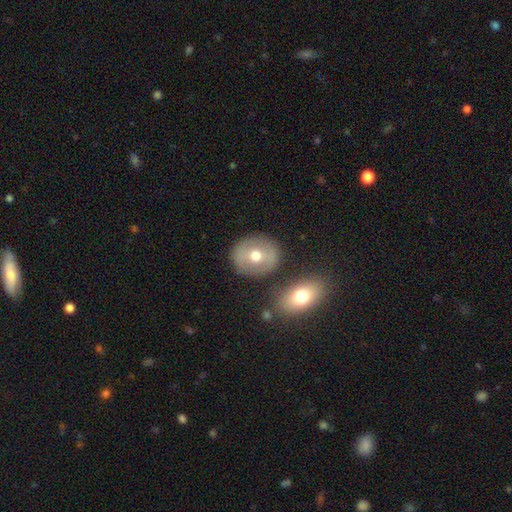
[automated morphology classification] type=smooth (54%); roundness=round (73%); merging=none (78%).